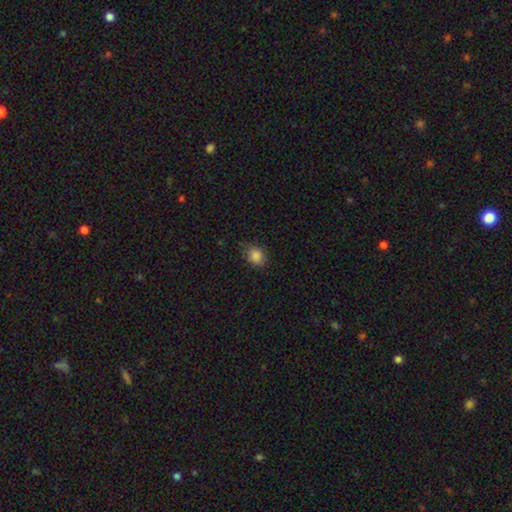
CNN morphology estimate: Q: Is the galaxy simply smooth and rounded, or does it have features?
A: smooth — 86%.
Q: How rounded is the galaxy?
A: in between — 51%.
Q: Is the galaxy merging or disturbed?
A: none — 70%.